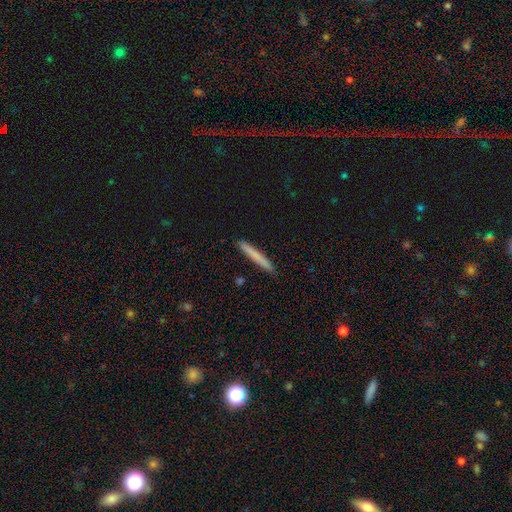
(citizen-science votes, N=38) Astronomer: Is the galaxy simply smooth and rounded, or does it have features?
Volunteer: smooth — 92%.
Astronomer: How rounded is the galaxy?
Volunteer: cigar-shaped — 94%.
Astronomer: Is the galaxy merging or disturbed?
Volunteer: none — 95%.